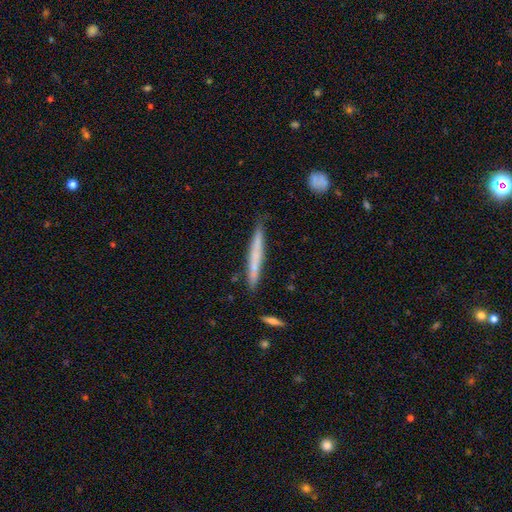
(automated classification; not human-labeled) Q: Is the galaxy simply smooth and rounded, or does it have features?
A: smooth — 57%.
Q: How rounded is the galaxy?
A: cigar-shaped — 96%.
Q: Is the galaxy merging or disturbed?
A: none — 84%.